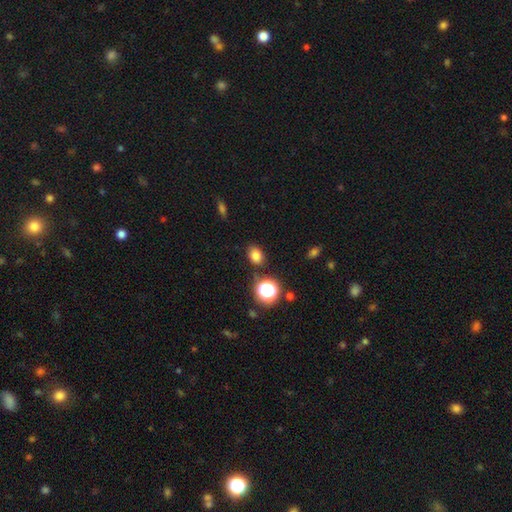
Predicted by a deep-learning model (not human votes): smooth 78%, star or artifact 16%, featured or disk 5%. Down the decision tree: how rounded — in between (62%); merging — none (83%).